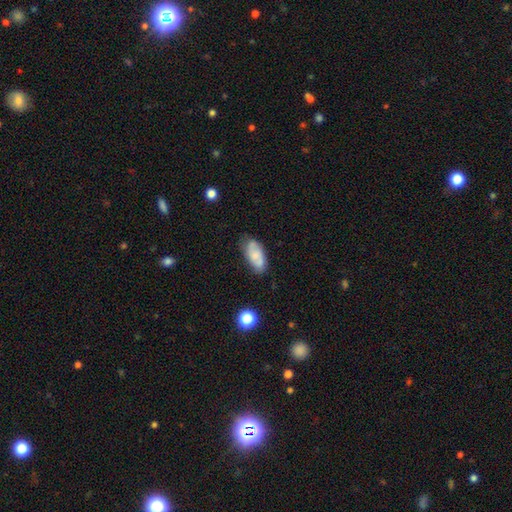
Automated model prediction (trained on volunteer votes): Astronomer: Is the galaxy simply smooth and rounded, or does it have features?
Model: smooth — 60%.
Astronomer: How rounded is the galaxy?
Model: in between — 89%.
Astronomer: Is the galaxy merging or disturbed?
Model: none — 69%.